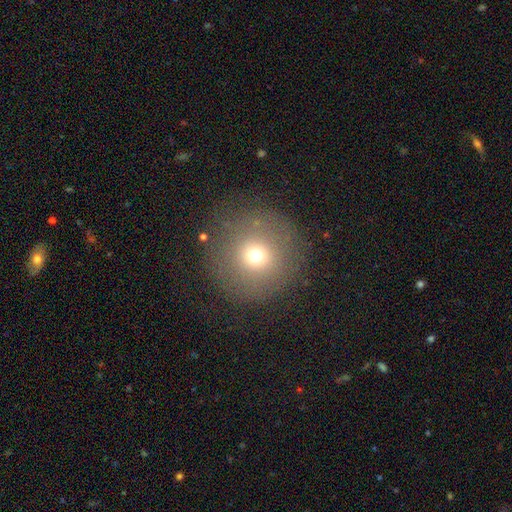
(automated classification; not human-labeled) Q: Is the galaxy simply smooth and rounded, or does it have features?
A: smooth — 67%.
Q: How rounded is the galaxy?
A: round — 94%.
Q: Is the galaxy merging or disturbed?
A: none — 84%.